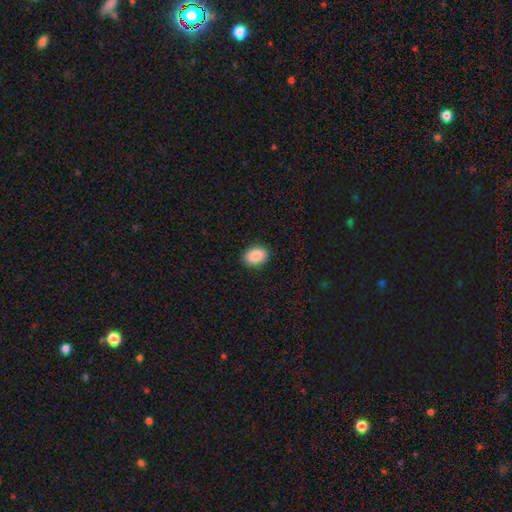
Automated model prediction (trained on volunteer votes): Overall: smooth (89%). How rounded: in between (79%). Merging: none (89%).